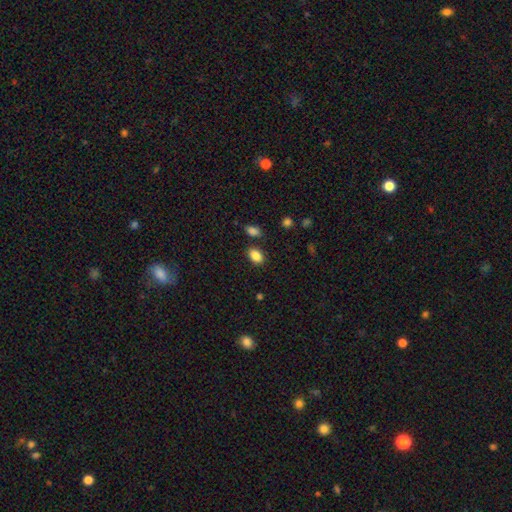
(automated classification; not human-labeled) This is clearly a smooth galaxy (87%). How rounded: clearly in between (84%). Merging: clearly none (81%).